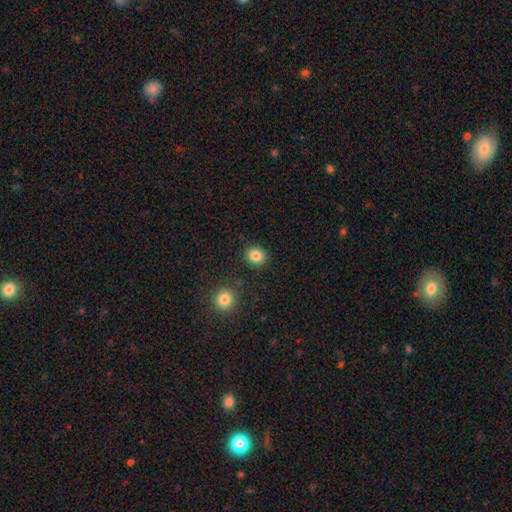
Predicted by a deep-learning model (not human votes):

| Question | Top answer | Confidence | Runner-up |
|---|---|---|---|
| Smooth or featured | smooth | 85% | star or artifact (10%) |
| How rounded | round | 78% | in between (21%) |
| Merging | none | 89% | minor disturbance (6%) |